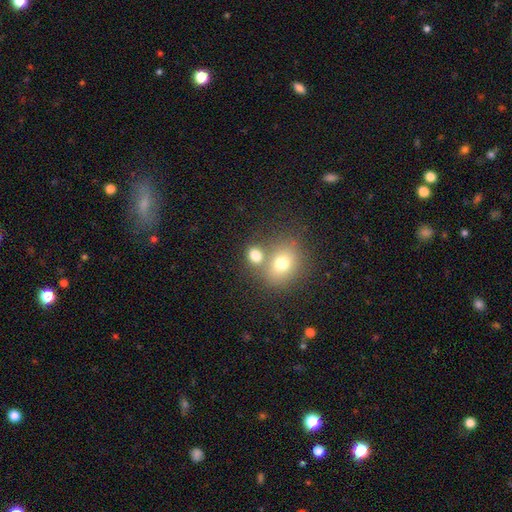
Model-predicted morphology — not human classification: smooth_or_featured: smooth (p=0.76) [alt: star or artifact p=0.13]
how_rounded: round (p=0.59) [alt: in between p=0.40]
merging: none (p=0.49) [alt: merger p=0.37]